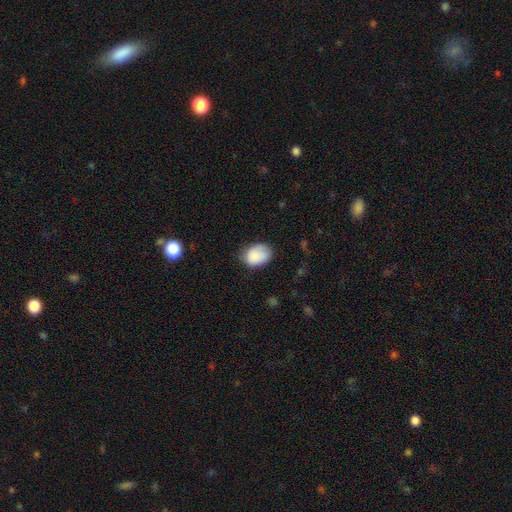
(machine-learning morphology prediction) This is clearly a smooth galaxy (86%). How rounded: likely in between (69%). Merging: likely none (66%).